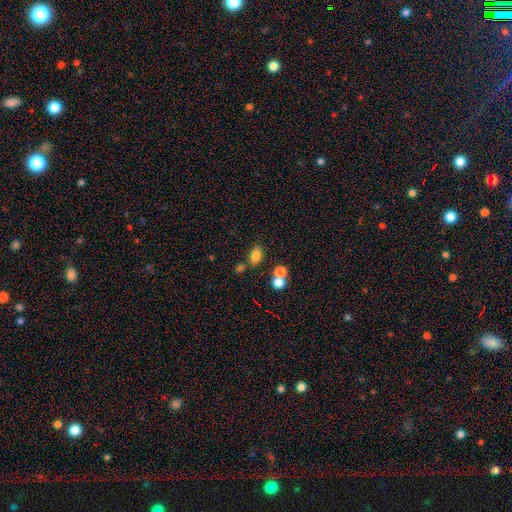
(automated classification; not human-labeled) Overall: smooth (80%). How rounded: in between (82%). Merging: none (67%).